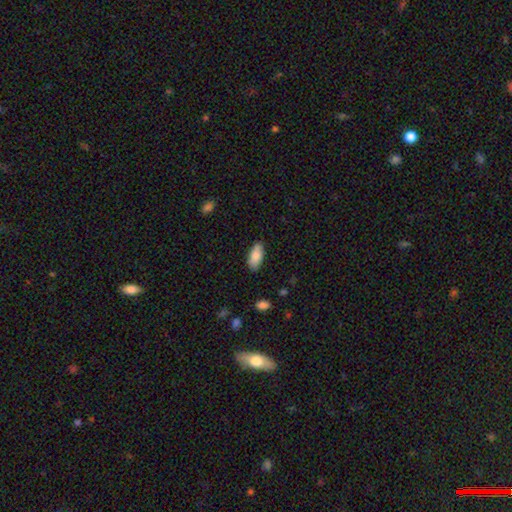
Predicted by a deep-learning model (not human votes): smooth_or_featured: smooth (p=0.86) [alt: featured or disk p=0.08]
how_rounded: in between (p=0.87) [alt: cigar-shaped p=0.11]
merging: none (p=0.85) [alt: minor disturbance p=0.12]